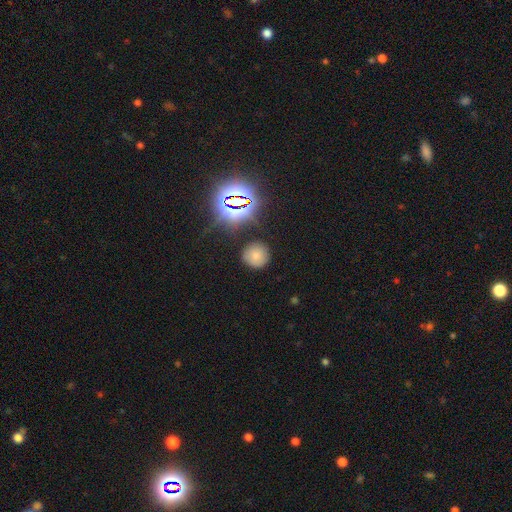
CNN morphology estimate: smooth-or-featured: smooth: 70% | star or artifact: 20% | featured or disk: 9%
  how-rounded: round: 93% | in between: 6% | cigar-shaped: 1%
  merging: none: 85% | minor disturbance: 10% | major disturbance: 3% | merger: 2%